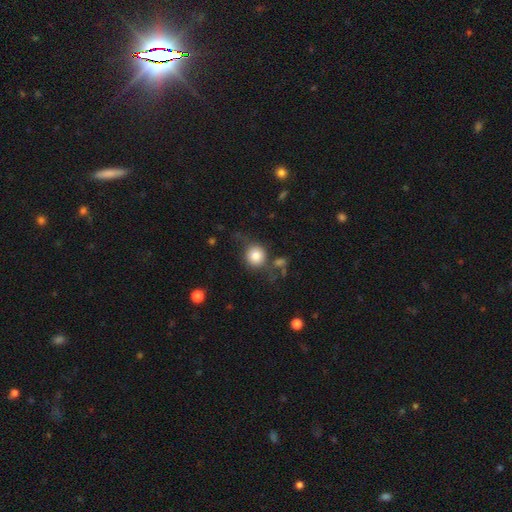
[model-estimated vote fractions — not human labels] Smooth or featured: smooth — 78% (featured or disk — 13%)
How rounded: round — 86% (in between — 13%)
Merging: none — 56% (minor disturbance — 21%)